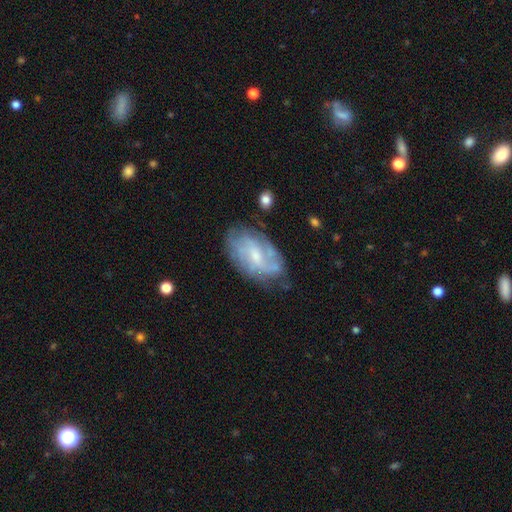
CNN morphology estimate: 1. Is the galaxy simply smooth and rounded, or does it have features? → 71% featured or disk, 22% smooth, 7% star or artifact.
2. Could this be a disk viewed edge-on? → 96% no, 4% yes.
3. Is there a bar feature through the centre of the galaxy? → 48% no, 45% weak, 8% strong.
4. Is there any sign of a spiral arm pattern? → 82% yes, 18% no.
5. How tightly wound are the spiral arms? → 39% medium, 35% tight, 26% loose.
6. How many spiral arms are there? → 45% can't tell, 26% 2, 13% 3, 7% 4, 5% 1, 4% more than 4.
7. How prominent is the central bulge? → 57% small, 31% moderate, 9% none, 2% large, 1% dominant.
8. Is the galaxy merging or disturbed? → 64% none, 23% minor disturbance, 10% major disturbance, 3% merger.